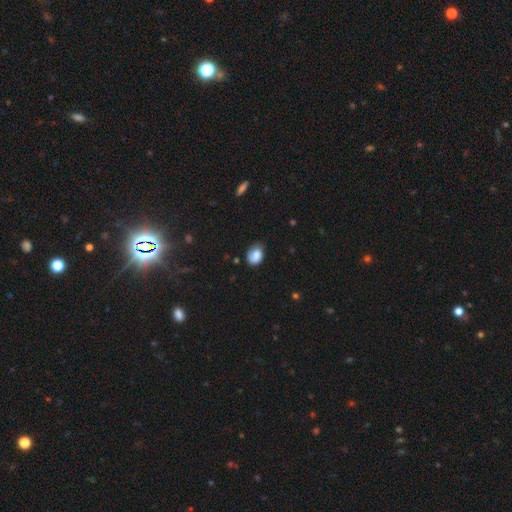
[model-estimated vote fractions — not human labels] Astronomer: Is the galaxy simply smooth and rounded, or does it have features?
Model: smooth — 80%.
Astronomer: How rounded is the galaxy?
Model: in between — 73%.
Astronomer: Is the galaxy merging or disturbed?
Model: none — 53% (runner-up: minor disturbance, 36%).